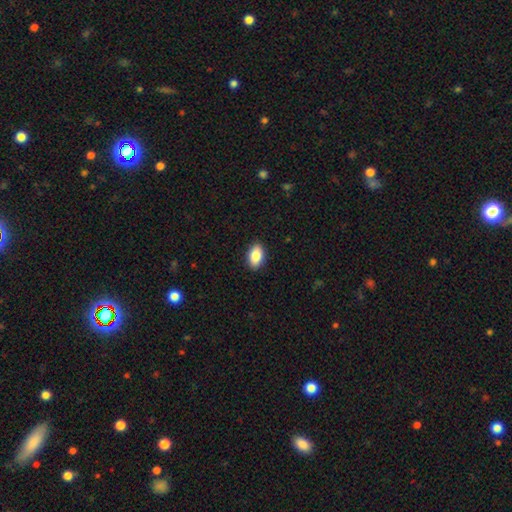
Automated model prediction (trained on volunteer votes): This appears to be a smooth galaxy with no disk features (87%) that is in between round and cigar-shaped (91%). Merging: none (90%).